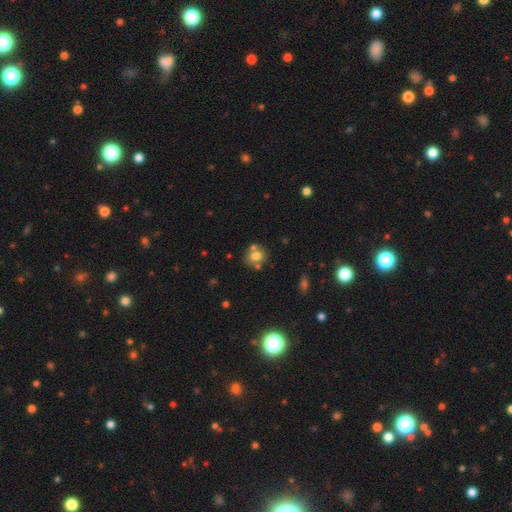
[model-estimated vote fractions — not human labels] Smooth or featured?
  - smooth: 71% *
  - featured or disk: 16%
  - star or artifact: 13%
How rounded?
  - round: 76% *
  - in between: 23%
  - cigar-shaped: 1%
Merging?
  - none: 63% *
  - merger: 22%
  - minor disturbance: 11%
  - major disturbance: 3%